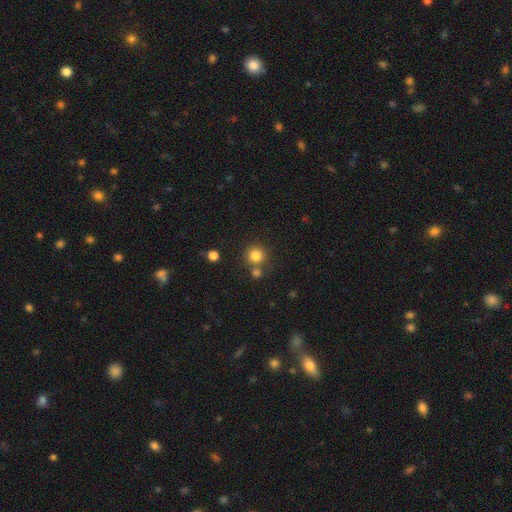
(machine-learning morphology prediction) smooth-or-featured: smooth: 81% | star or artifact: 13% | featured or disk: 6%
  how-rounded: round: 93% | in between: 6% | cigar-shaped: 1%
  merging: none: 72% | merger: 17% | minor disturbance: 8% | major disturbance: 3%